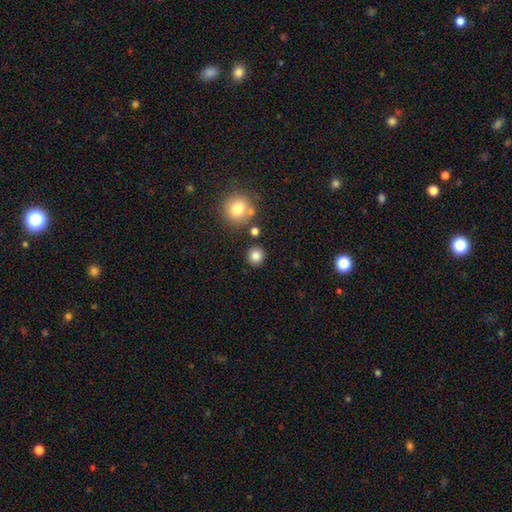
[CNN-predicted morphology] This appears to be a smooth galaxy with no disk features (83%) that is round (91%). Merging: none (86%).